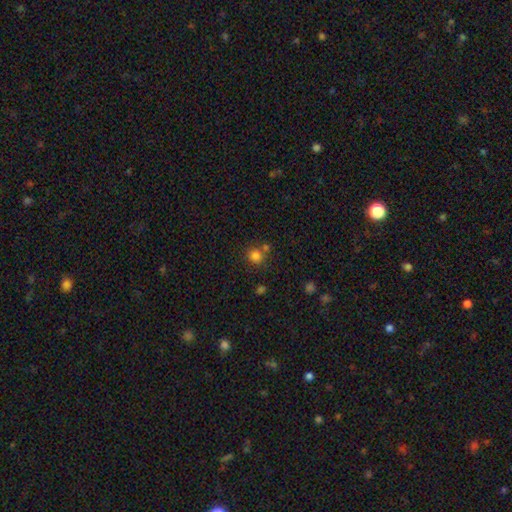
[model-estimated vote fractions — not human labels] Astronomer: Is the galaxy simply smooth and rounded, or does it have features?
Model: smooth — 80%.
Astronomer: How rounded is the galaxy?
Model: round — 86%.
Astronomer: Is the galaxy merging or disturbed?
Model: none — 66%.